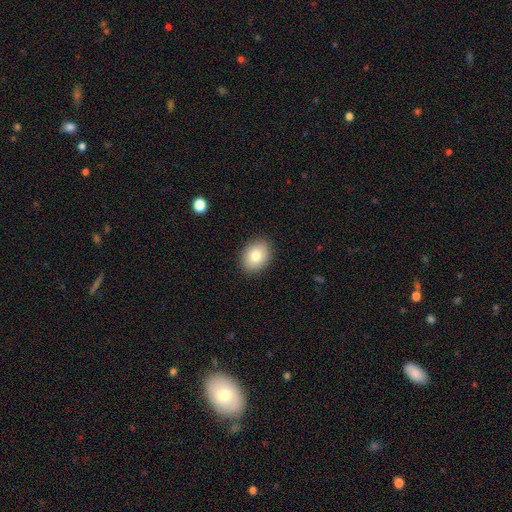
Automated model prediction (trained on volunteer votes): Smooth or featured? Predicted: smooth (p=0.81). How rounded? Predicted: in between (p=0.65). Merging? Predicted: none (p=0.89).